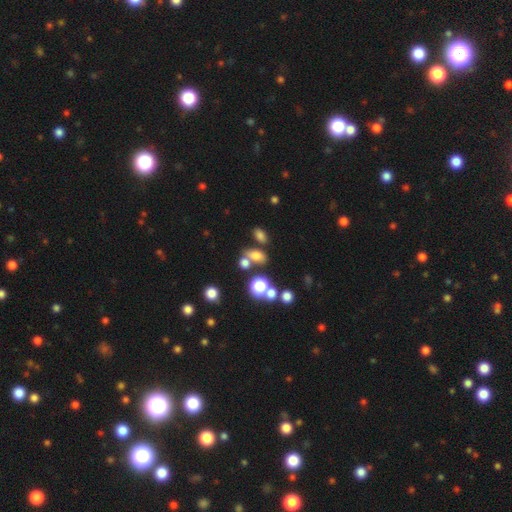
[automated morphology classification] type=smooth (70%); roundness=in between (74%); merging=none (54%).